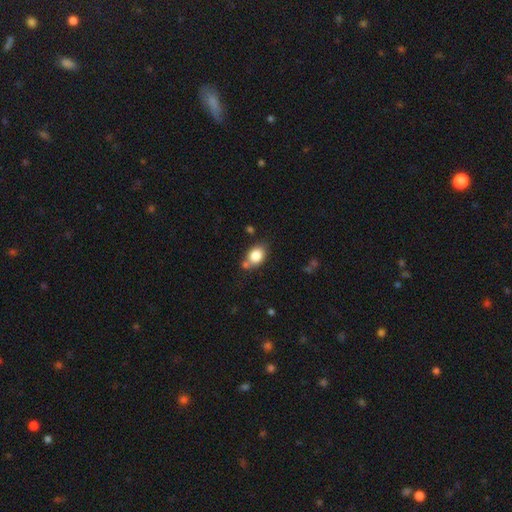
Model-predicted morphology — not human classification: Smooth or featured? Predicted: smooth (p=0.83). How rounded? Predicted: in between (p=0.69). Merging? Predicted: none (p=0.63).